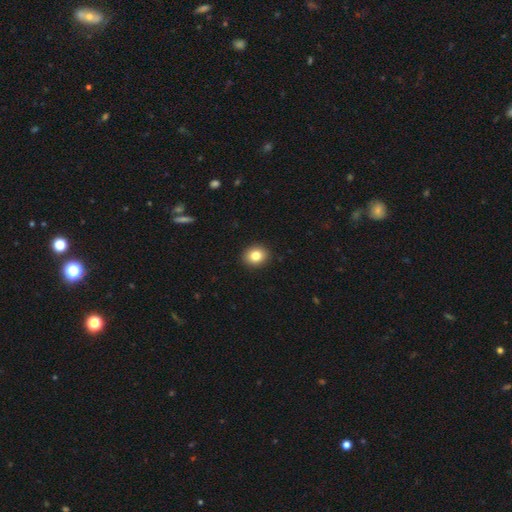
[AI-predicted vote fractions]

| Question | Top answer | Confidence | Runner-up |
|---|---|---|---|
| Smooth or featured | smooth | 82% | star or artifact (10%) |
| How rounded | round | 62% | in between (37%) |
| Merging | none | 91% | minor disturbance (6%) |